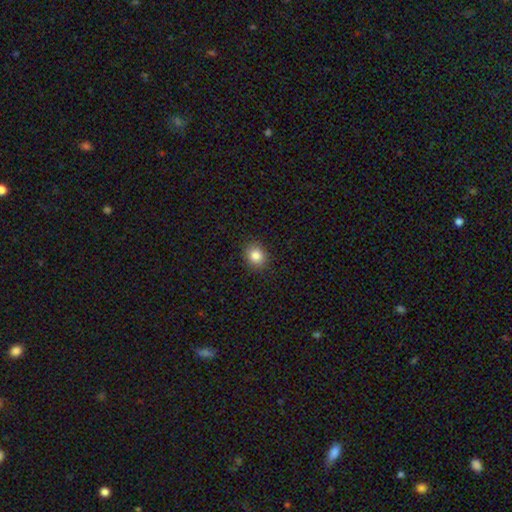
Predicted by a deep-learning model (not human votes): The model was most divided on "how rounded": round: 66%, in between: 33%, cigar-shaped: 1%. More confident: merging — none (90%); smooth or featured — smooth (84%).